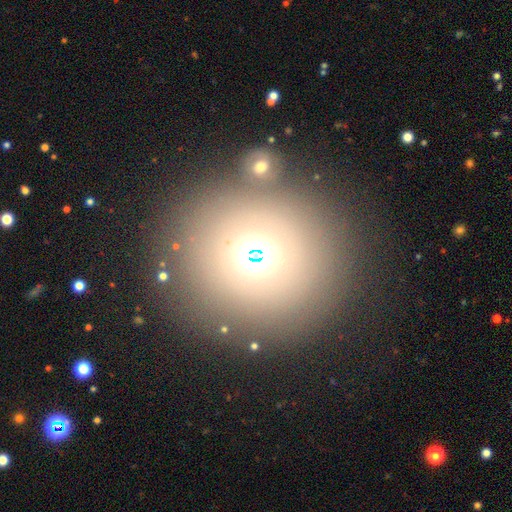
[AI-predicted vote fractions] Overall: smooth (57%; star or artifact 30%). How rounded: round (87%). Merging: none (80%).